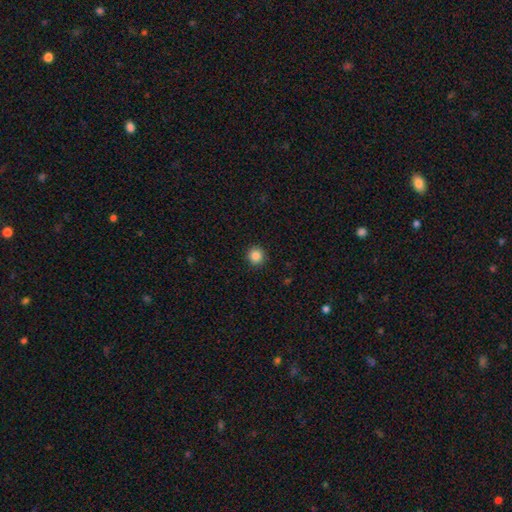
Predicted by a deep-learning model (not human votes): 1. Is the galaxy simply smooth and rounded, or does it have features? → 86% smooth, 10% star or artifact, 3% featured or disk.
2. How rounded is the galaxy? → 95% round, 5% in between, 1% cigar-shaped.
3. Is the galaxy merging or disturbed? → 92% none, 5% minor disturbance, 2% major disturbance, 1% merger.